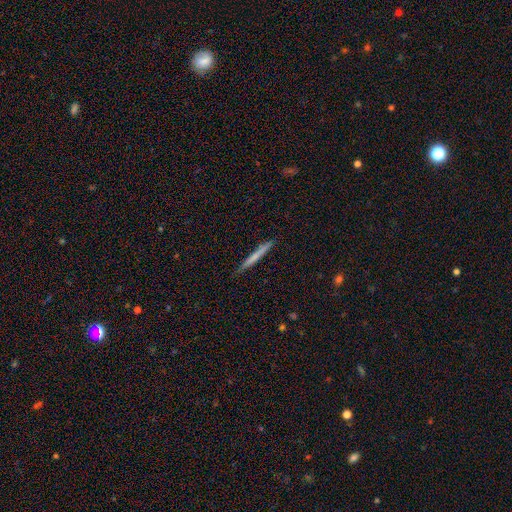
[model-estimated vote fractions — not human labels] Q: Smooth or featured?
A: smooth (63%); runner-up: featured or disk (32%)
Q: How rounded?
A: cigar-shaped (96%); runner-up: in between (2%)
Q: Merging?
A: none (89%); runner-up: minor disturbance (8%)